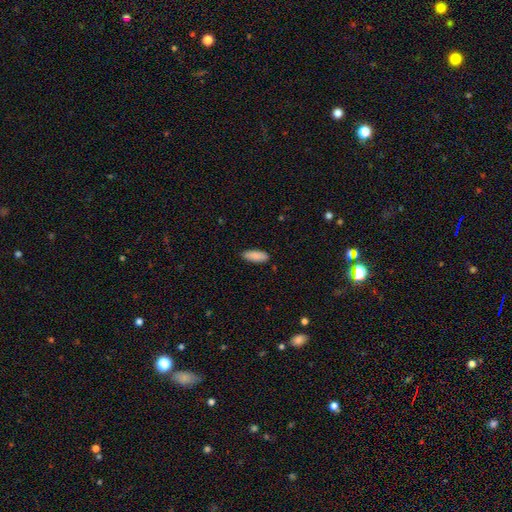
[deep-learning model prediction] Smooth or featured? smooth (89%)
How rounded? in between (72%)
Merging? none (87%)